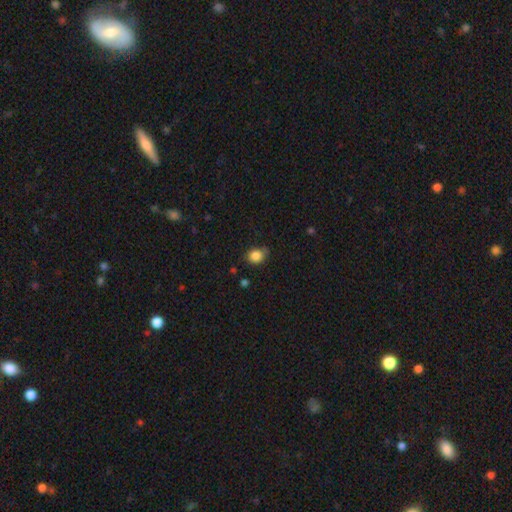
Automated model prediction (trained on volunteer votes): Smooth or featured: smooth — 84% (star or artifact — 10%)
How rounded: round — 64% (in between — 35%)
Merging: none — 66% (minor disturbance — 26%)